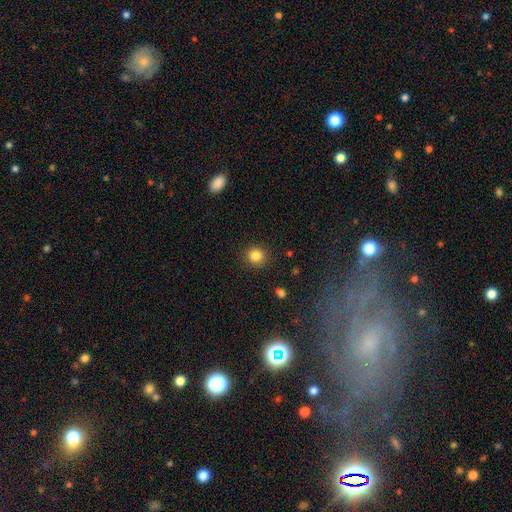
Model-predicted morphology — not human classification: A smooth galaxy with no disk features (84%) that is round (90%).

Vote fractions:
- Smooth or featured? smooth: 84% / star or artifact: 11% / featured or disk: 4%
- How rounded? round: 90% / in between: 9% / cigar-shaped: 1%
- Merging? none: 91% / minor disturbance: 6% / major disturbance: 2% / merger: 1%